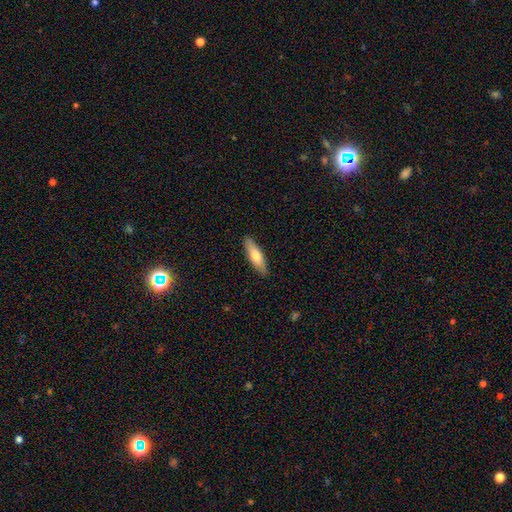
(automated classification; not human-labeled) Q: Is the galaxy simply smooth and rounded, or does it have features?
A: smooth — 67%.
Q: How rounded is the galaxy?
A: cigar-shaped — 61%.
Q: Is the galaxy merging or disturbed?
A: none — 89%.